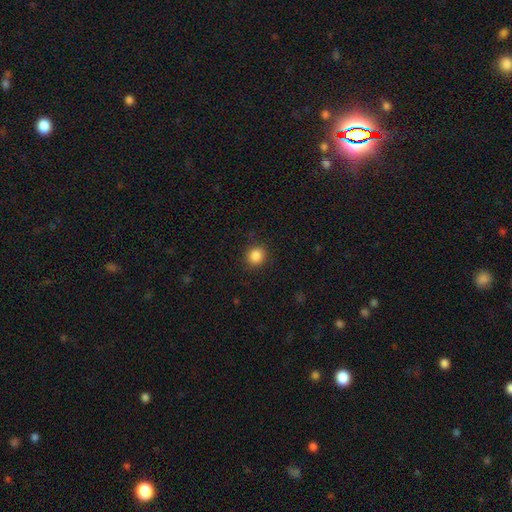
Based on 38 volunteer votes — smooth-or-featured: smooth: 92% | star or artifact: 5% | featured or disk: 3%
  how-rounded: round: 89% | in between: 11% | cigar-shaped: 0%
  merging: none: 83% | minor disturbance: 8% | major disturbance: 8% | merger: 0%